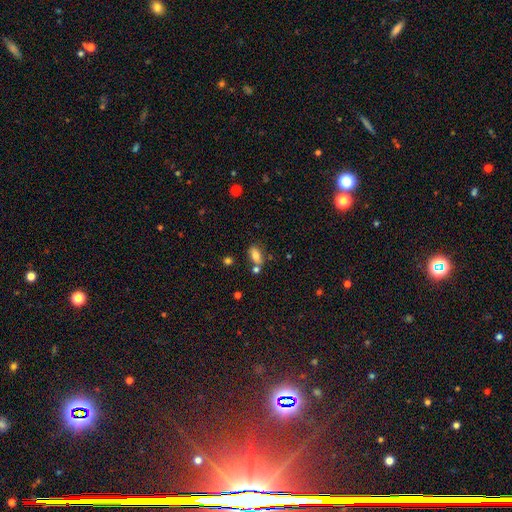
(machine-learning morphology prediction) Q: Smooth or featured?
A: smooth (77%); runner-up: featured or disk (14%)
Q: How rounded?
A: in between (85%); runner-up: cigar-shaped (8%)
Q: Merging?
A: none (59%); runner-up: merger (20%)